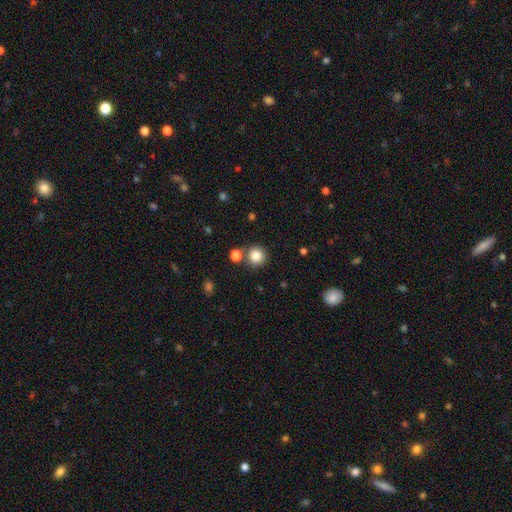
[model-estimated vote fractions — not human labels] Smooth or featured? Predicted: smooth (p=0.84). How rounded? Predicted: round (p=0.93). Merging? Predicted: none (p=0.80).